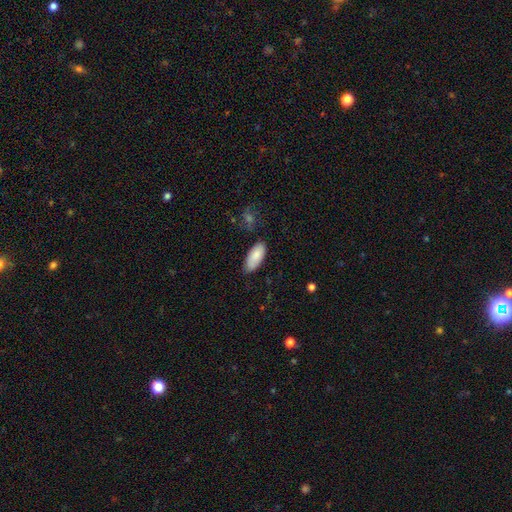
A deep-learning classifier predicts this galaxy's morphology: Smooth or featured: smooth — 86% (featured or disk — 8%)
How rounded: in between — 88% (cigar-shaped — 10%)
Merging: none — 76% (minor disturbance — 19%)